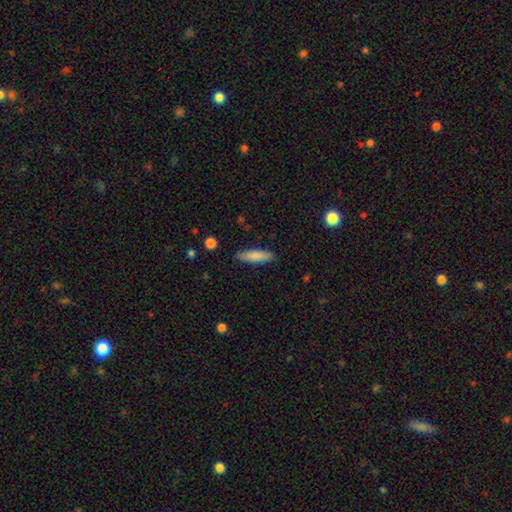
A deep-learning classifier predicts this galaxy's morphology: A smooth galaxy with no disk features (84%) that is cigar-shaped (72%). Merging: none (88%).